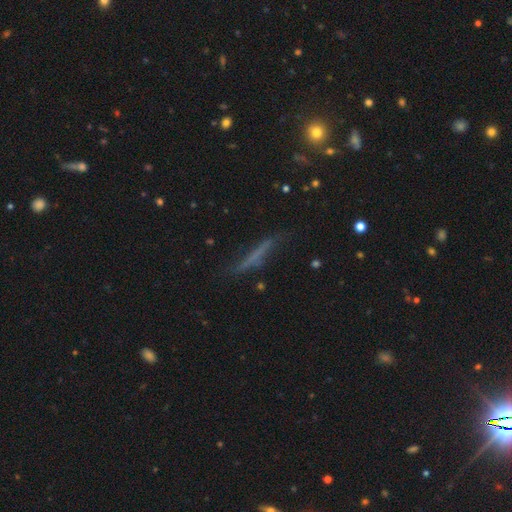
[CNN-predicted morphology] The model was most divided on "smooth or featured": smooth: 46%, featured or disk: 40%, star or artifact: 13%. More confident: merging — none (68%).